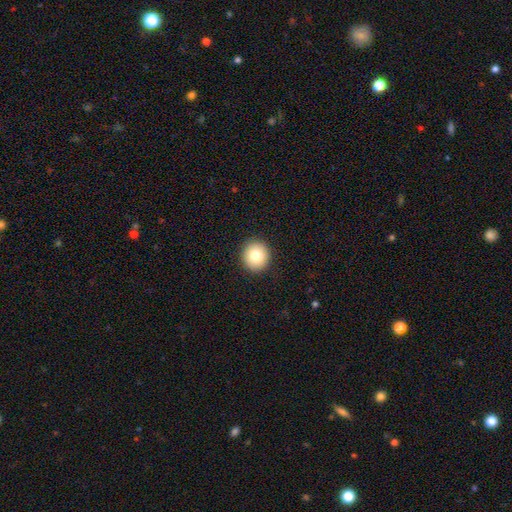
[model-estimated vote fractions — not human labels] This appears to be a smooth galaxy with no disk features (81%) that is round (88%). Merging: none (92%).